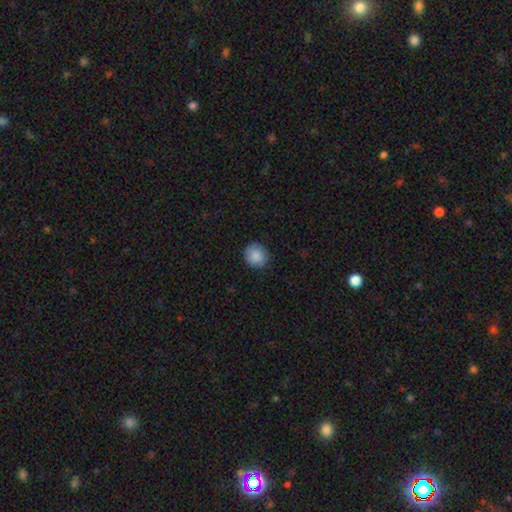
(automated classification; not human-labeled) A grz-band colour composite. It shows a smooth galaxy with no disk features (87%) that is round (86%). Merging: none (87%).